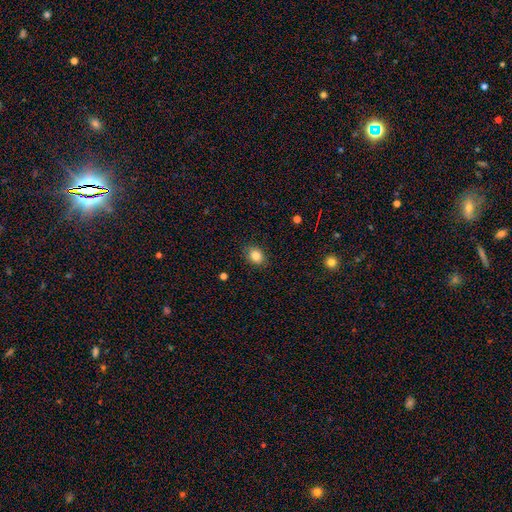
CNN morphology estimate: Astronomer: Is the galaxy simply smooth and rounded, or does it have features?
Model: smooth — 85%.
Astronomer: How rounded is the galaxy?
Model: in between — 55% (runner-up: round, 44%).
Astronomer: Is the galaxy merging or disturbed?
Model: none — 86%.